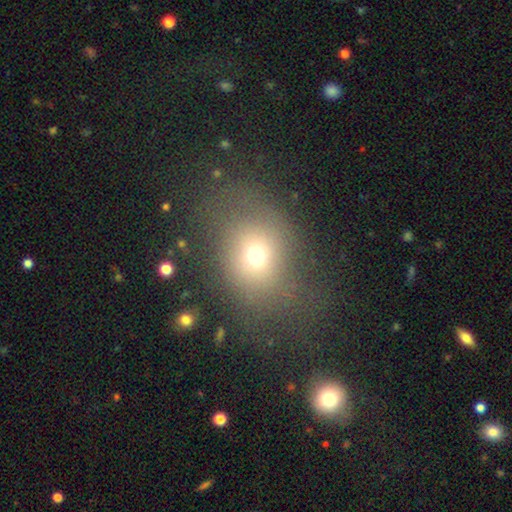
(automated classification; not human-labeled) The model was most divided on "how rounded": round: 50%, in between: 49%, cigar-shaped: 1%. More confident: smooth or featured — smooth (66%); merging — none (58%).